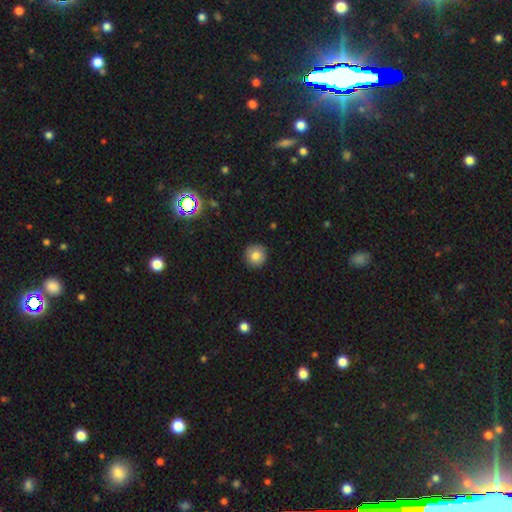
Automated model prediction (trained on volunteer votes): A smooth galaxy with no disk features (82%) that is round (94%).

Vote fractions:
- Smooth or featured? smooth: 82% / star or artifact: 10% / featured or disk: 8%
- How rounded? round: 94% / in between: 5% / cigar-shaped: 1%
- Merging? none: 91% / minor disturbance: 6% / major disturbance: 2% / merger: 1%